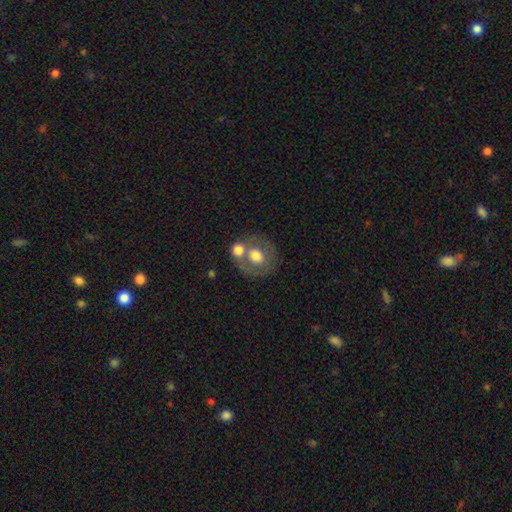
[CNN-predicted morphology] smooth-or-featured: smooth: 55% | featured or disk: 36% | star or artifact: 9%
  how-rounded: round: 73% | in between: 26% | cigar-shaped: 1%
  merging: none: 50% | merger: 31% | minor disturbance: 12% | major disturbance: 7%